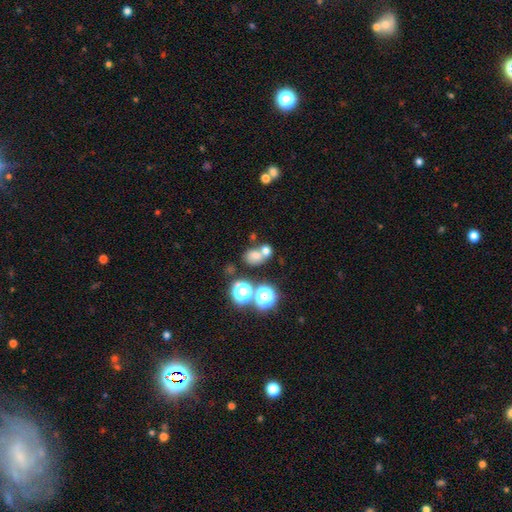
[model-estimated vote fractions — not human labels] This appears to be a smooth galaxy with no disk features (65%) that is round (56%). Merging: none (44%).